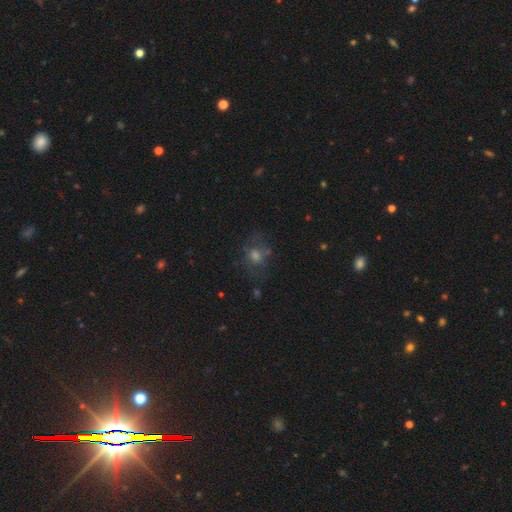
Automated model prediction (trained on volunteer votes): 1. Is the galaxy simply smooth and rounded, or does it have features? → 45% smooth, 28% featured or disk, 27% star or artifact.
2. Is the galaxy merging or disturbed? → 63% none, 19% minor disturbance, 15% major disturbance, 4% merger.